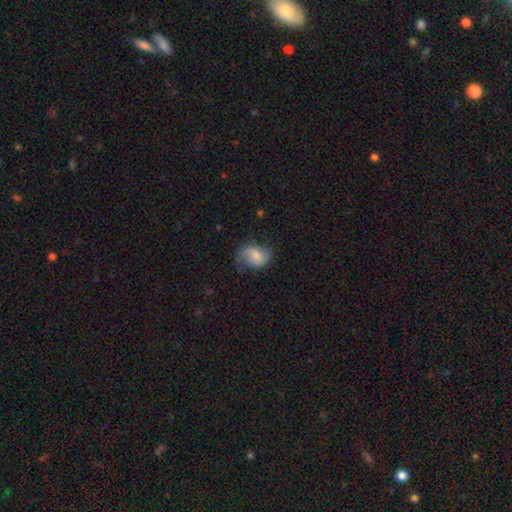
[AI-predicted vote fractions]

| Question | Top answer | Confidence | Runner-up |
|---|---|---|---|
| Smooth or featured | smooth | 60% | featured or disk (32%) |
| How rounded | in between | 71% | round (28%) |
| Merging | none | 54% | minor disturbance (30%) |